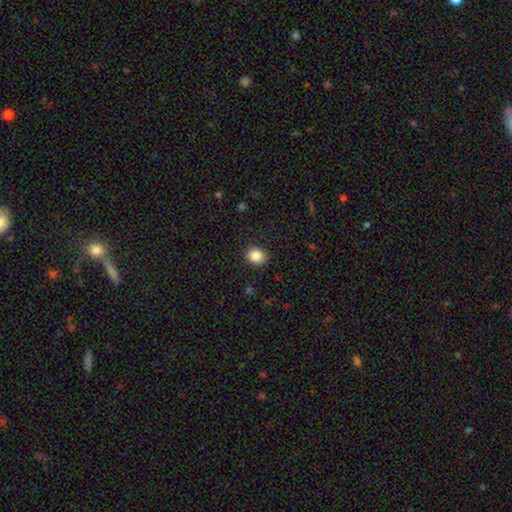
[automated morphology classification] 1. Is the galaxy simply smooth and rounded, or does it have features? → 87% smooth, 10% star or artifact, 4% featured or disk.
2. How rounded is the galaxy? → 66% round, 33% in between, 1% cigar-shaped.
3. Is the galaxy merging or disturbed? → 89% none, 7% minor disturbance, 2% major disturbance, 1% merger.